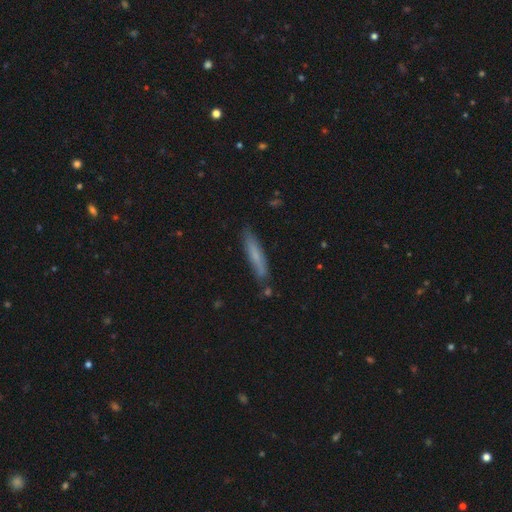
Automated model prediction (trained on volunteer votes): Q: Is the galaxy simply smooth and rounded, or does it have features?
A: smooth — 67%.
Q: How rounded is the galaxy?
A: cigar-shaped — 90%.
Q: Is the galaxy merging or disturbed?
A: none — 82%.